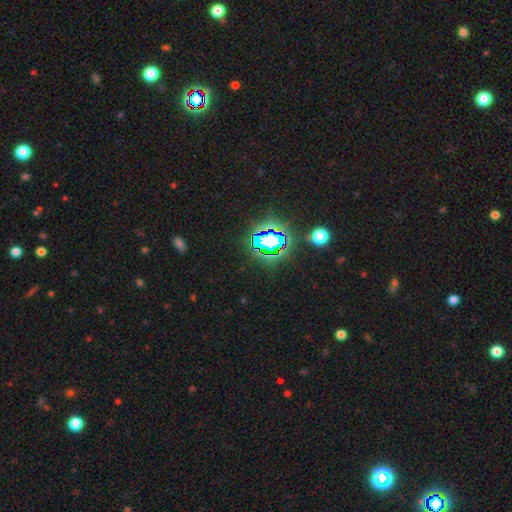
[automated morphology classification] Smooth or featured?
  - star or artifact: 81% *
  - smooth: 12%
  - featured or disk: 7%